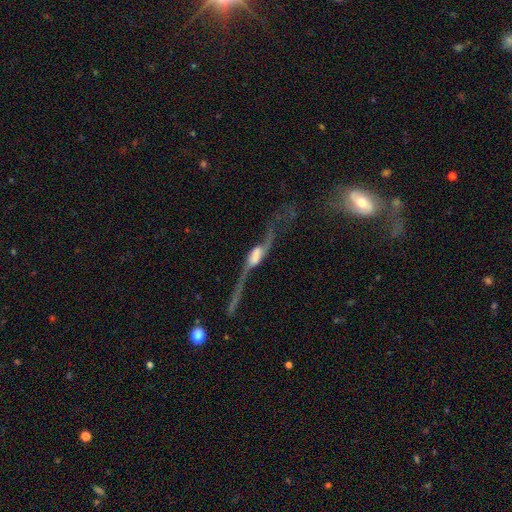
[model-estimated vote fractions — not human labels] This appears to be a featured or disk galaxy (81%) with no bar (38%), spiral arms (87%) and a large central bulge (32%). Merging: none (42%).